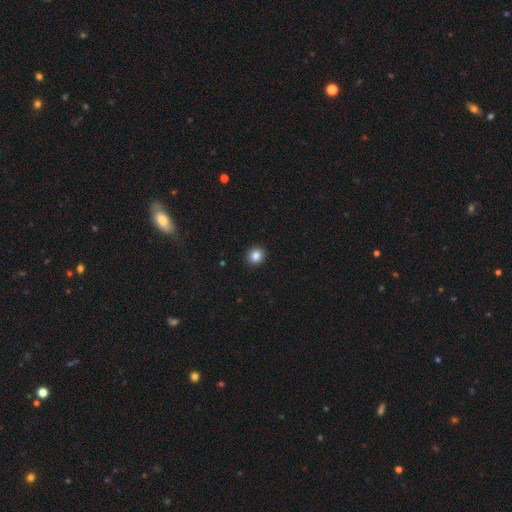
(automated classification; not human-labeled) Overall: smooth (86%). How rounded: round (86%). Merging: none (93%).